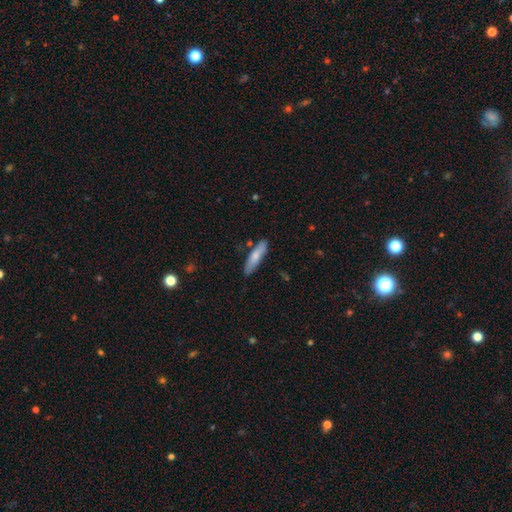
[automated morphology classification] smooth 75%, featured or disk 20%, star or artifact 6%. Down the decision tree: how rounded — cigar-shaped (72%); merging — none (83%).